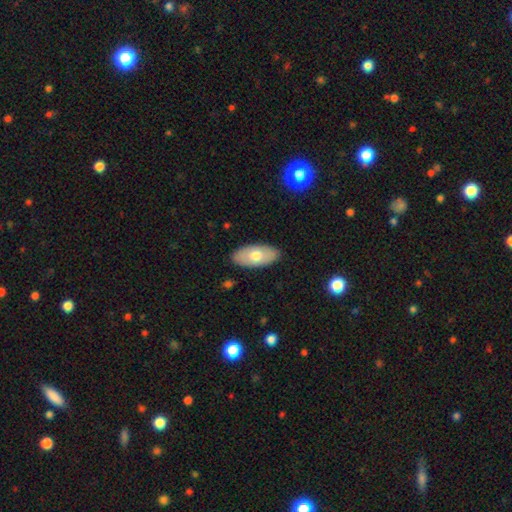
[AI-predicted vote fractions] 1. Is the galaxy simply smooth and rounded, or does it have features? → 64% smooth, 30% featured or disk, 5% star or artifact.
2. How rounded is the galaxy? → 93% in between, 4% cigar-shaped, 3% round.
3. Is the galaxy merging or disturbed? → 88% none, 9% minor disturbance, 2% major disturbance, 1% merger.